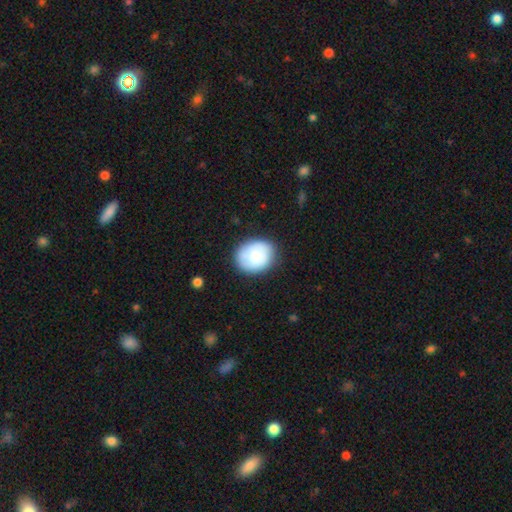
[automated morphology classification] smooth 77%, featured or disk 16%, star or artifact 7%. Down the decision tree: how rounded — round (61%); merging — none (81%).